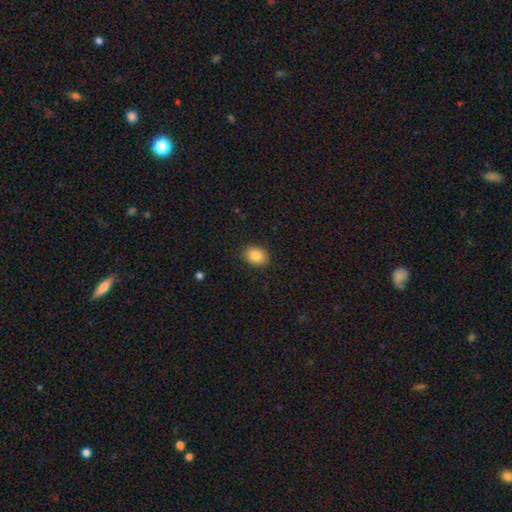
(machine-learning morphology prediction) Overall: smooth (88%). How rounded: in between (71%). Merging: none (89%).